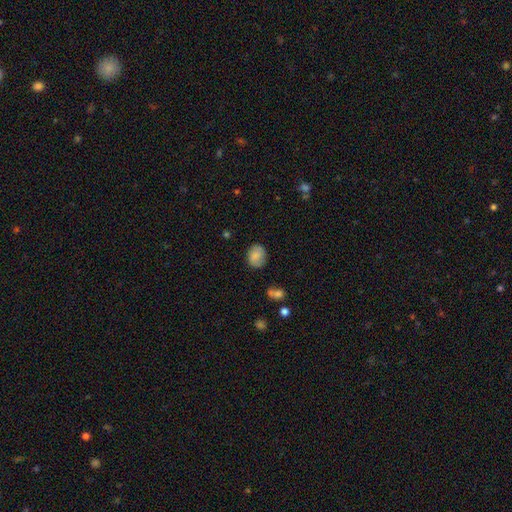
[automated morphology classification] smooth-or-featured: smooth: 80% | featured or disk: 11% | star or artifact: 9%
  how-rounded: round: 50% | in between: 49% | cigar-shaped: 1%
  merging: none: 78% | minor disturbance: 16% | major disturbance: 4% | merger: 2%